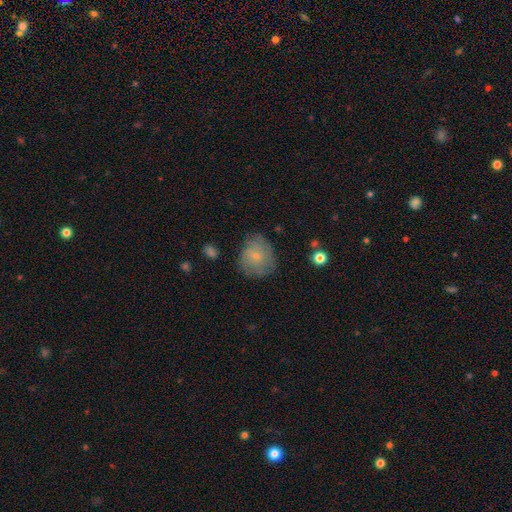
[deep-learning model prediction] This is likely a smooth galaxy (66%). How rounded: likely round (73%). Merging: likely none (63%).